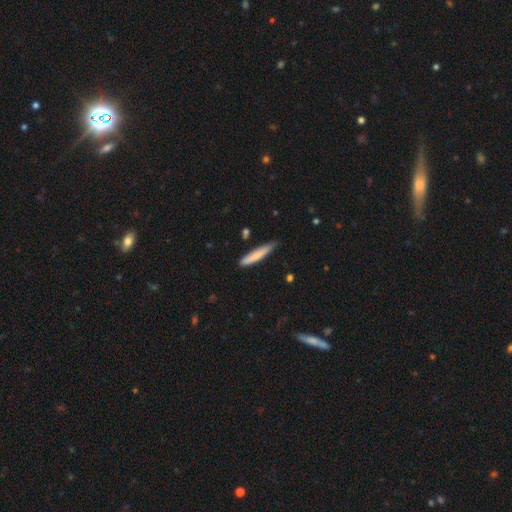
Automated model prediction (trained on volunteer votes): Smooth or featured?
  - smooth: 75% *
  - featured or disk: 20%
  - star or artifact: 5%
How rounded?
  - cigar-shaped: 90% *
  - in between: 9%
  - round: 1%
Merging?
  - none: 74% *
  - minor disturbance: 21%
  - major disturbance: 3%
  - merger: 2%